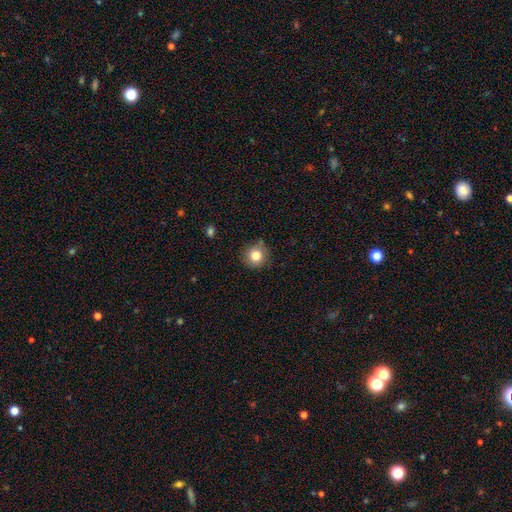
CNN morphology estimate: Q: Smooth or featured?
A: smooth (81%); runner-up: star or artifact (11%)
Q: How rounded?
A: round (92%); runner-up: in between (7%)
Q: Merging?
A: none (82%); runner-up: minor disturbance (12%)